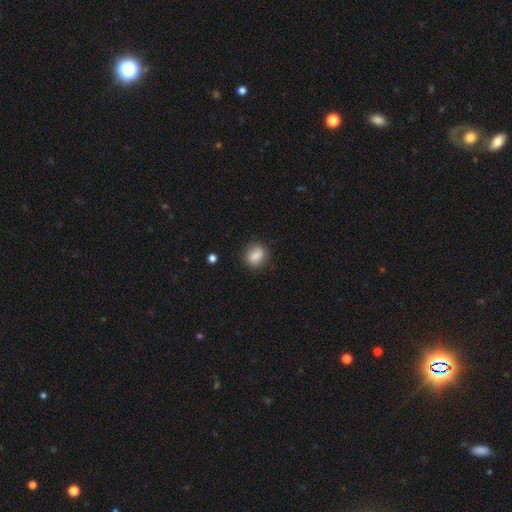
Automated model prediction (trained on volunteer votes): Smooth or featured? Predicted: smooth (p=0.83). How rounded? Predicted: round (p=0.57). Merging? Predicted: none (p=0.83).